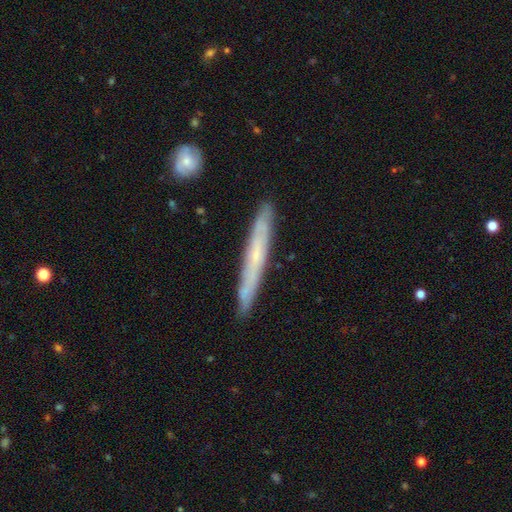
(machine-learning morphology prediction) Q: Smooth or featured?
A: featured or disk (54%); runner-up: smooth (39%)
Q: Edge-on disk?
A: yes (88%); runner-up: no (12%)
Q: Merging?
A: none (87%); runner-up: minor disturbance (10%)